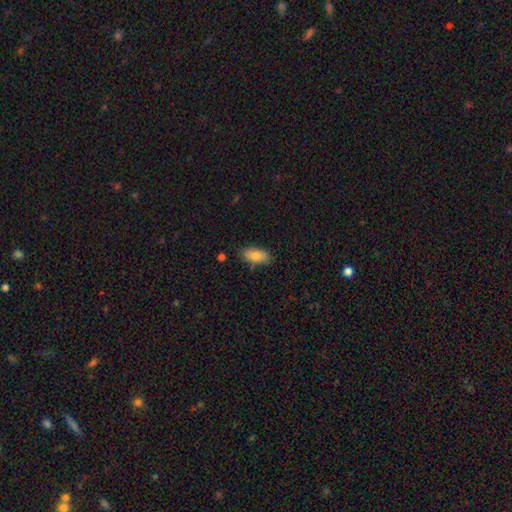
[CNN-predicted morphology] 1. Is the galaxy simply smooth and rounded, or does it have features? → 82% smooth, 11% featured or disk, 7% star or artifact.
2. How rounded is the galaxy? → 92% in between, 5% cigar-shaped, 3% round.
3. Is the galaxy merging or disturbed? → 81% none, 14% minor disturbance, 3% major disturbance, 2% merger.